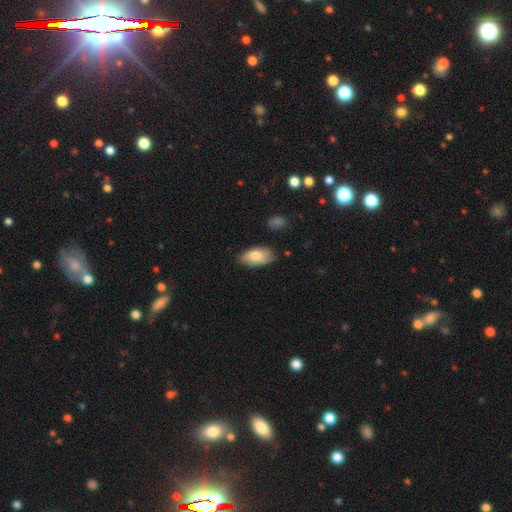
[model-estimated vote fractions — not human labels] Smooth or featured?
  - smooth: 79% *
  - featured or disk: 15%
  - star or artifact: 6%
How rounded?
  - in between: 93% *
  - cigar-shaped: 4%
  - round: 3%
Merging?
  - none: 74% *
  - minor disturbance: 20%
  - major disturbance: 3%
  - merger: 2%